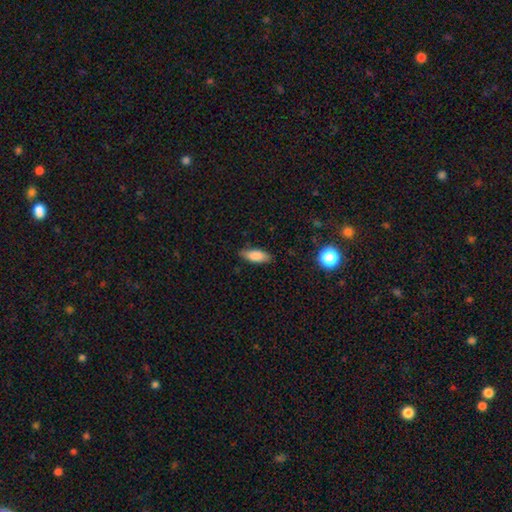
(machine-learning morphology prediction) Q: Smooth or featured?
A: smooth (84%); runner-up: featured or disk (9%)
Q: How rounded?
A: in between (75%); runner-up: cigar-shaped (22%)
Q: Merging?
A: none (83%); runner-up: minor disturbance (13%)